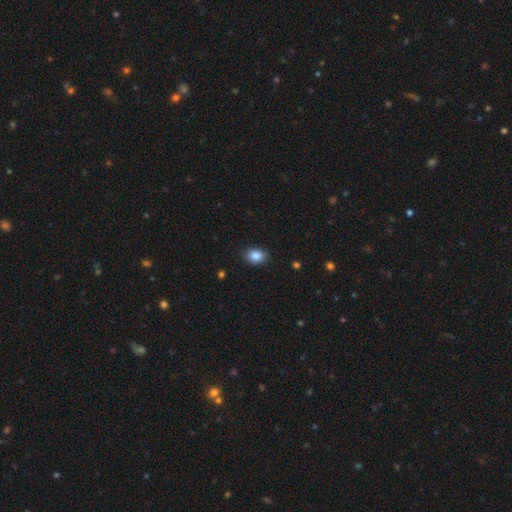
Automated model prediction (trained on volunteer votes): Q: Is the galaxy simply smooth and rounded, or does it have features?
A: smooth — 87%.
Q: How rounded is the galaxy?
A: in between — 63%.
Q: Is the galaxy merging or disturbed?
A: none — 87%.